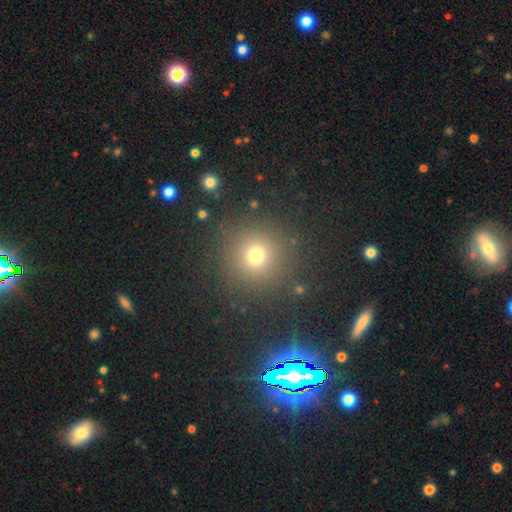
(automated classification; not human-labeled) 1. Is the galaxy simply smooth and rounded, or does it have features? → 71% smooth, 21% star or artifact, 8% featured or disk.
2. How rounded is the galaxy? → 94% round, 5% in between, 1% cigar-shaped.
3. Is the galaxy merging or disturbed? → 87% none, 7% minor disturbance, 4% major disturbance, 2% merger.